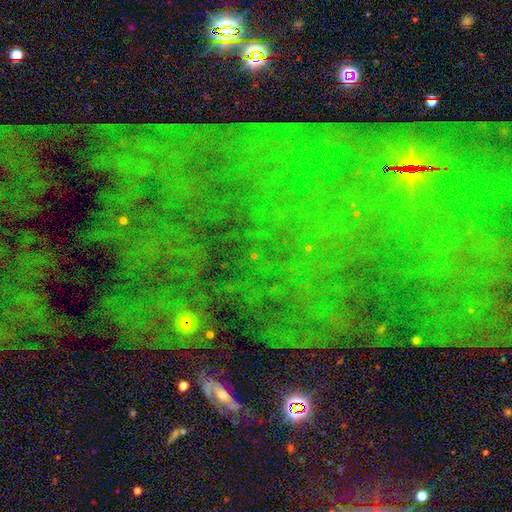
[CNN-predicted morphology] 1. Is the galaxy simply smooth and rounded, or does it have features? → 78% star or artifact, 12% featured or disk, 10% smooth.